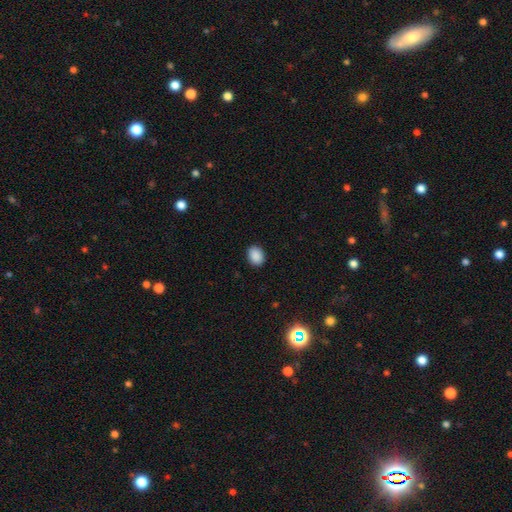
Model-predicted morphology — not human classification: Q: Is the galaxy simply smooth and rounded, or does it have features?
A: smooth — 89%.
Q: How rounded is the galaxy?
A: in between — 63%.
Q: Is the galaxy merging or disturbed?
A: none — 89%.